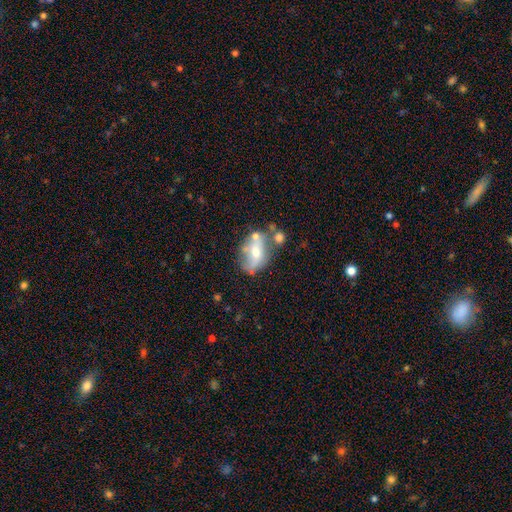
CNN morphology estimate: featured or disk 51%, smooth 39%, star or artifact 10%. Down the decision tree: edge-on disk — no (92%); merging — none (40%).